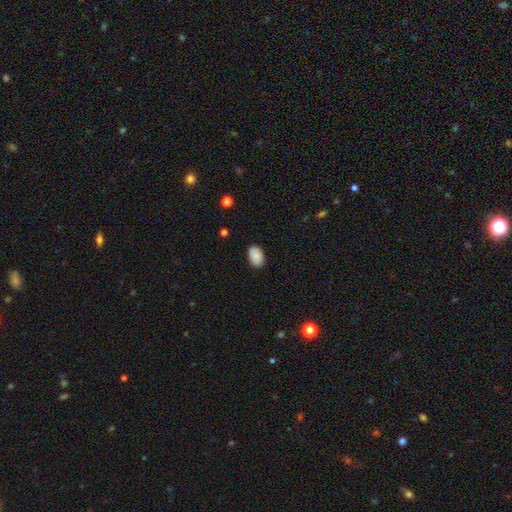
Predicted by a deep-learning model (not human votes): This appears to be a smooth galaxy with no disk features (86%) that is in between round and cigar-shaped (87%). Merging: none (86%).